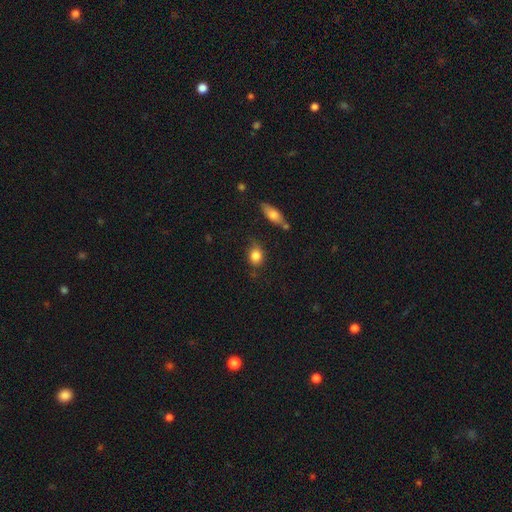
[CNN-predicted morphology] type=smooth (83%); roundness=round (53%); merging=none (67%).